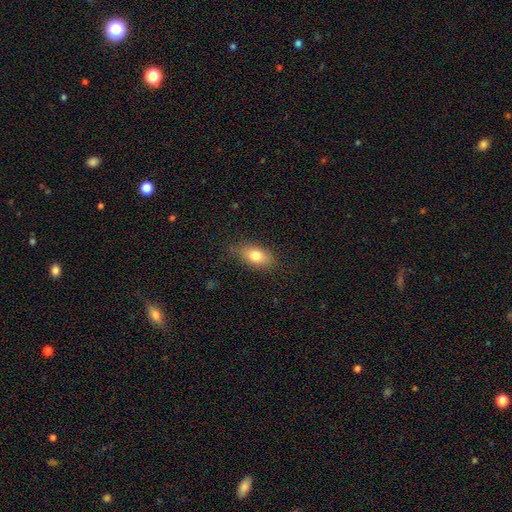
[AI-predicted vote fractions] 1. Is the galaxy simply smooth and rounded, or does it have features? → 78% smooth, 13% featured or disk, 9% star or artifact.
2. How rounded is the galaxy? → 85% in between, 10% round, 5% cigar-shaped.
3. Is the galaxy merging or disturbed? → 79% none, 16% minor disturbance, 4% major disturbance, 1% merger.